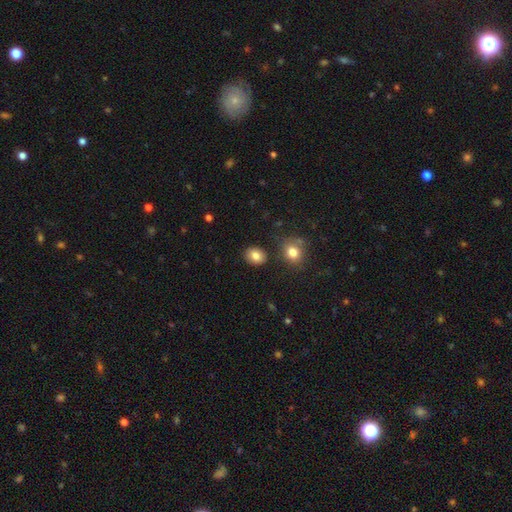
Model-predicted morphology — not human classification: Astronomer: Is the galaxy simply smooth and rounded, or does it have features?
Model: smooth — 83%.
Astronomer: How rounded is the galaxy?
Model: in between — 51% (runner-up: round, 48%).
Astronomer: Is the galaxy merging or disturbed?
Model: none — 85%.